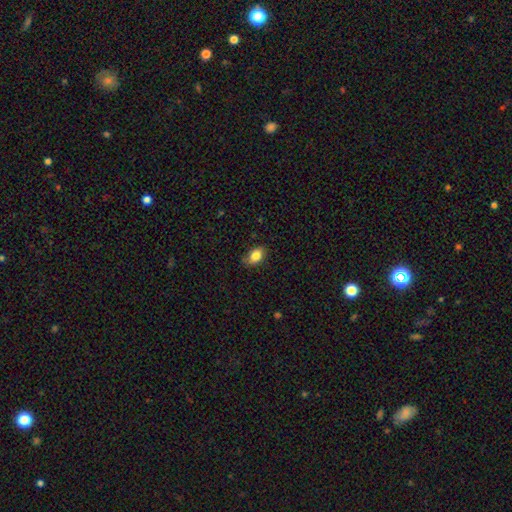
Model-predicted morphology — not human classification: Smooth or featured?
  - smooth: 84% *
  - star or artifact: 8%
  - featured or disk: 8%
How rounded?
  - in between: 86% *
  - round: 12%
  - cigar-shaped: 2%
Merging?
  - none: 76% *
  - minor disturbance: 20%
  - major disturbance: 4%
  - merger: 1%